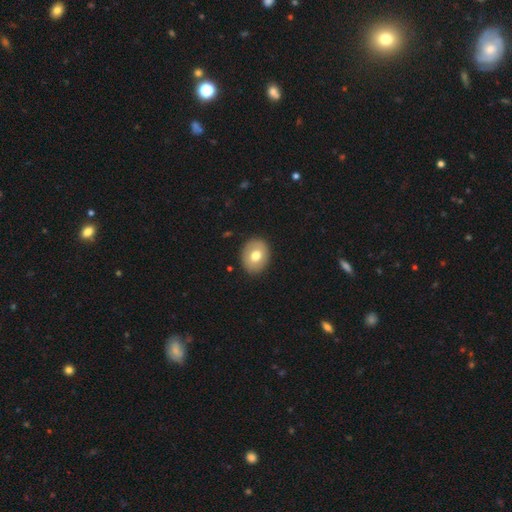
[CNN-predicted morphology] smooth_or_featured: smooth (p=0.71) [alt: featured or disk p=0.21]
how_rounded: round (p=0.50) [alt: in between p=0.49]
merging: none (p=0.89) [alt: minor disturbance p=0.08]